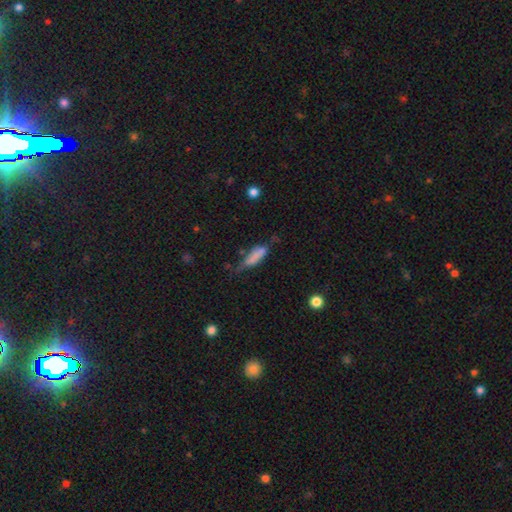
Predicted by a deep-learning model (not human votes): Morphology: type=smooth (72%); roundness=cigar-shaped (51%); merging=minor disturbance (35%).